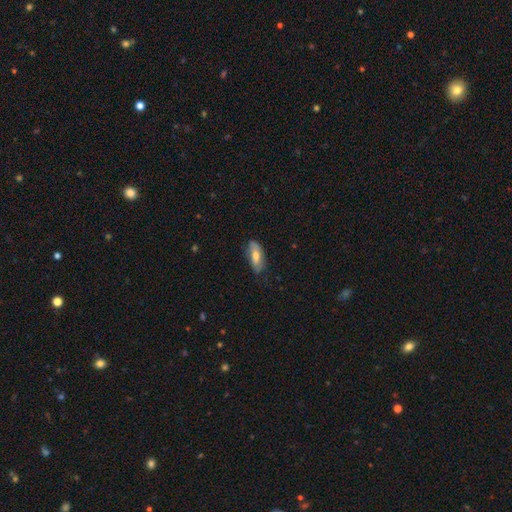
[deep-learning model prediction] The model was most divided on "smooth or featured": smooth: 62%, featured or disk: 31%, star or artifact: 7%. More confident: how rounded — in between (81%); merging — none (71%).